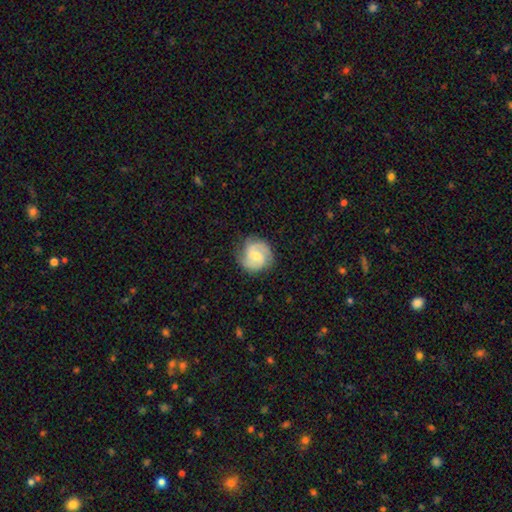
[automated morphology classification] This is likely a featured or disk galaxy (73%). It is clearly not viewed edge-on (98%). Bar: possibly weak (51%). Spiral arm pattern: clearly yes (94%). Spiral arm count: clearly 2 (81%). Spiral winding: possibly medium (48%). Central bulge: possibly moderate (47%). Merging: likely none (79%).